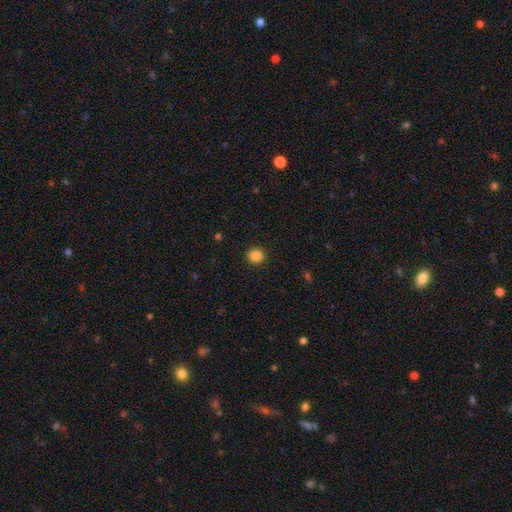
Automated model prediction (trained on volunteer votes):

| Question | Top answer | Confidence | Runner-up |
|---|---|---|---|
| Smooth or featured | smooth | 85% | star or artifact (11%) |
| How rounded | round | 91% | in between (8%) |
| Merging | none | 92% | minor disturbance (5%) |